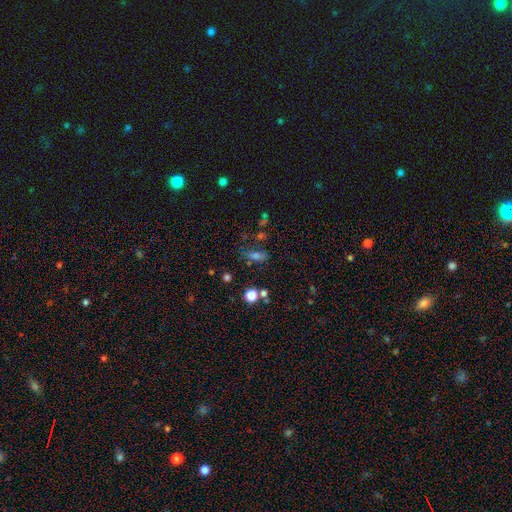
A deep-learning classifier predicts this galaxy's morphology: A smooth galaxy with no disk features (56%) that is in between round and cigar-shaped (69%).

Vote fractions:
- Smooth or featured? smooth: 56% / star or artifact: 28% / featured or disk: 15%
- How rounded? in between: 69% / round: 15% / cigar-shaped: 15%
- Merging? none: 66% / minor disturbance: 17% / merger: 8% / major disturbance: 8%